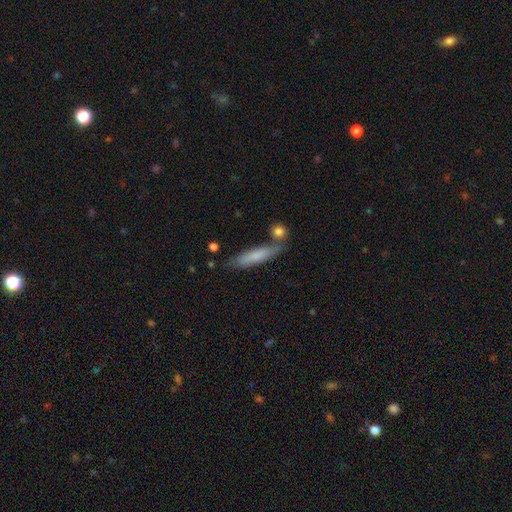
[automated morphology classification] Smooth or featured? smooth (72%)
How rounded? cigar-shaped (83%)
Merging? none (70%)